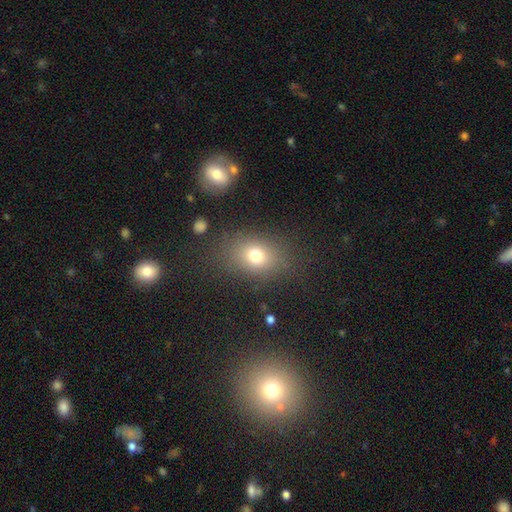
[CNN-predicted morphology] Overall: smooth (73%). How rounded: in between (59%; round 40%). Merging: none (80%).